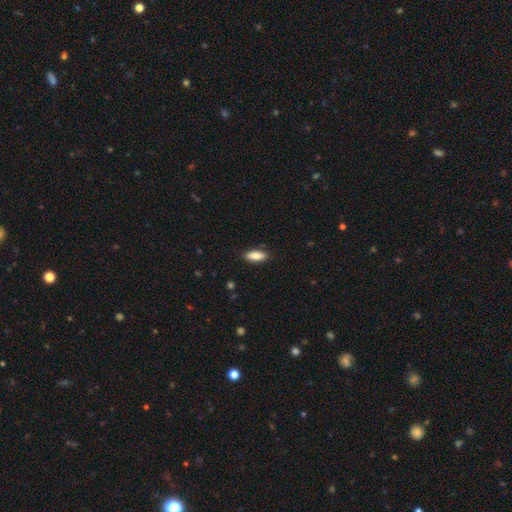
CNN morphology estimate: The model was most divided on "how rounded": in between: 74%, cigar-shaped: 24%, round: 2%. More confident: merging — none (86%); smooth or featured — smooth (84%).